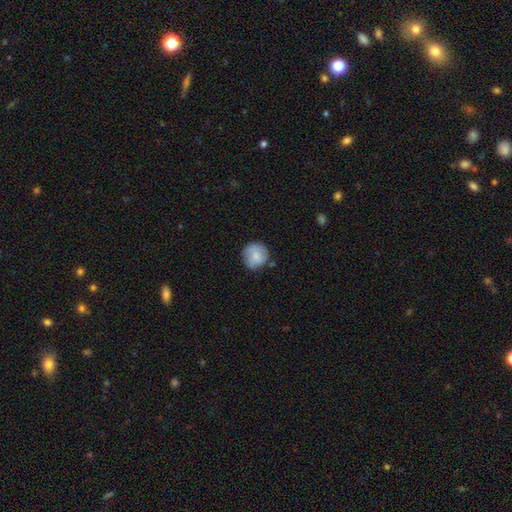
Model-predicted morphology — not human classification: smooth_or_featured: smooth (p=0.80) [alt: featured or disk p=0.13]
how_rounded: round (p=0.92) [alt: in between p=0.07]
merging: none (p=0.77) [alt: minor disturbance p=0.17]